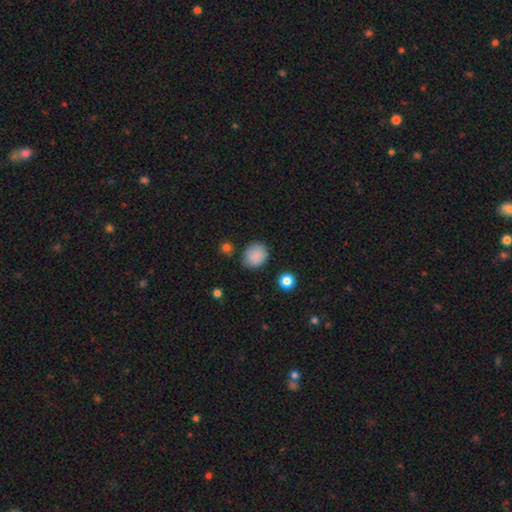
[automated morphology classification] The model was most divided on "how rounded": round: 66%, in between: 33%, cigar-shaped: 1%. More confident: smooth or featured — smooth (87%); merging — none (80%).